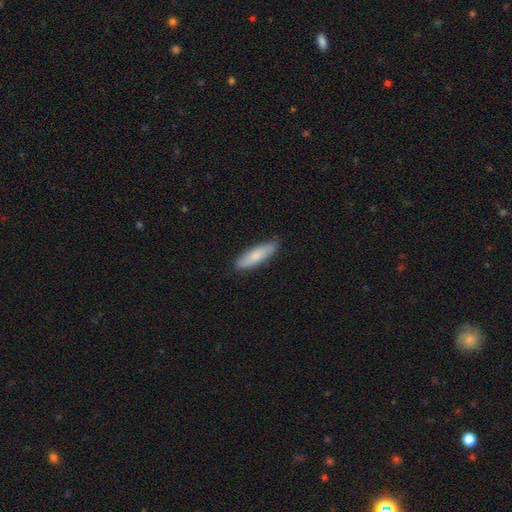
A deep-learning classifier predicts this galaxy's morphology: A smooth galaxy with no disk features (79%) that is cigar-shaped (63%). Merging: none (85%).